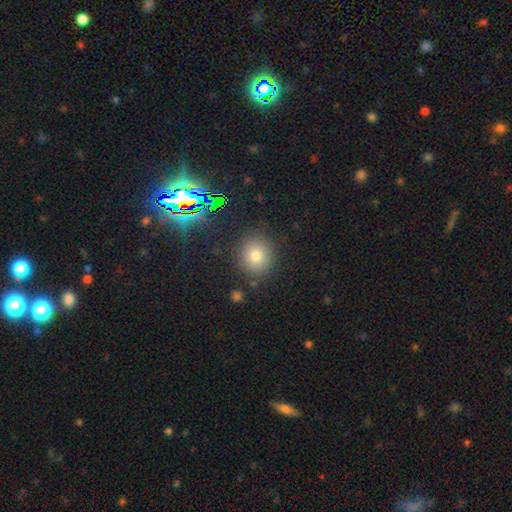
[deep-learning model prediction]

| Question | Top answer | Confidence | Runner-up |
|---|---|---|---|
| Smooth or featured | smooth | 74% | star or artifact (17%) |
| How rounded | round | 85% | in between (13%) |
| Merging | none | 87% | minor disturbance (8%) |